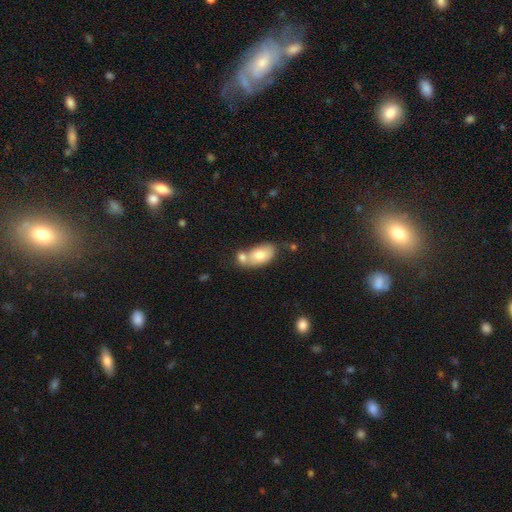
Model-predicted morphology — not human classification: Smooth or featured? Predicted: smooth (p=0.67). How rounded? Predicted: in between (p=0.86). Merging? Predicted: none (p=0.48).